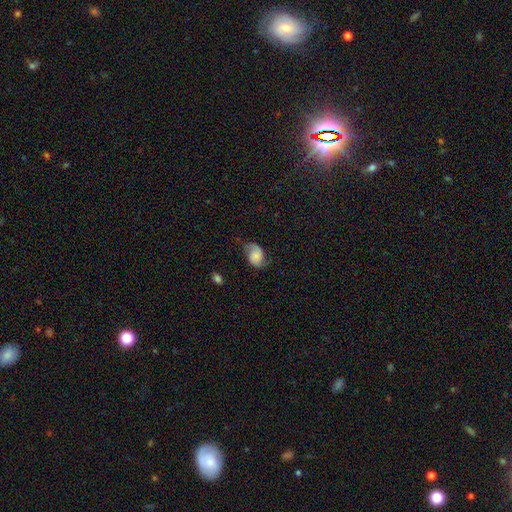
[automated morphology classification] type=featured or disk (56%); edge-on=no (97%); bar=no (66%); spiral arms=yes (91%); bulge=small (32%); merging=none (61%).